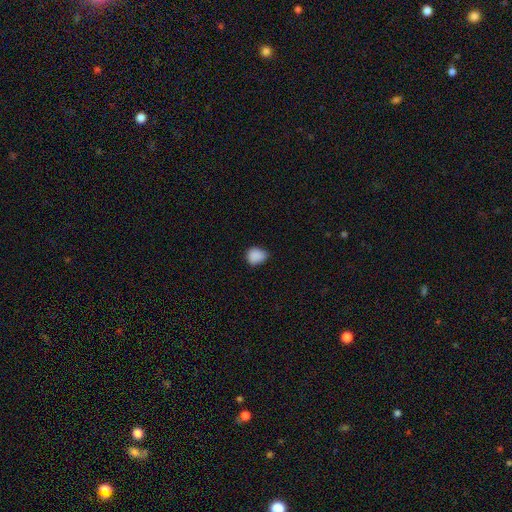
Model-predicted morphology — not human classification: Smooth or featured: smooth — 87% (star or artifact — 9%)
How rounded: round — 61% (in between — 38%)
Merging: none — 64% (minor disturbance — 30%)